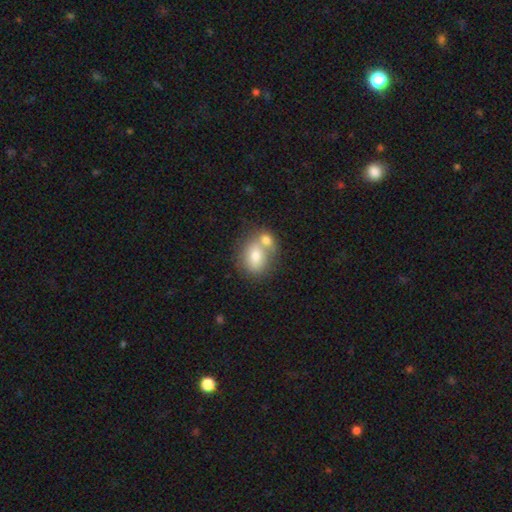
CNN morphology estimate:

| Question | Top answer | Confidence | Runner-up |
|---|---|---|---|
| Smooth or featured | smooth | 74% | featured or disk (18%) |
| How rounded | in between | 64% | round (34%) |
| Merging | merger | 51% | none (36%) |